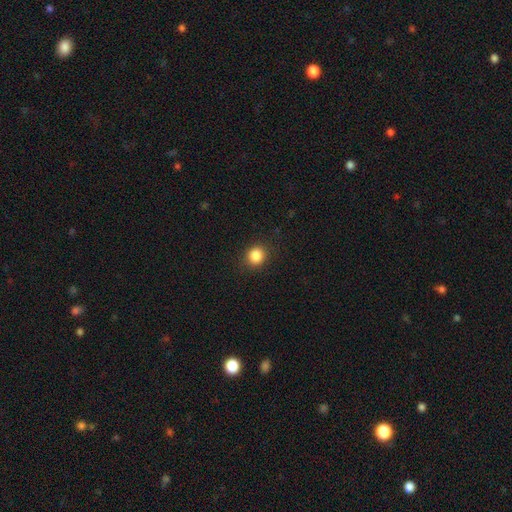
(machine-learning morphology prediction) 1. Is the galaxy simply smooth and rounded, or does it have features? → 86% smooth, 11% star or artifact, 4% featured or disk.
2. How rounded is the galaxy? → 79% round, 20% in between, 1% cigar-shaped.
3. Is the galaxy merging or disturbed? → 89% none, 8% minor disturbance, 3% major disturbance, 1% merger.